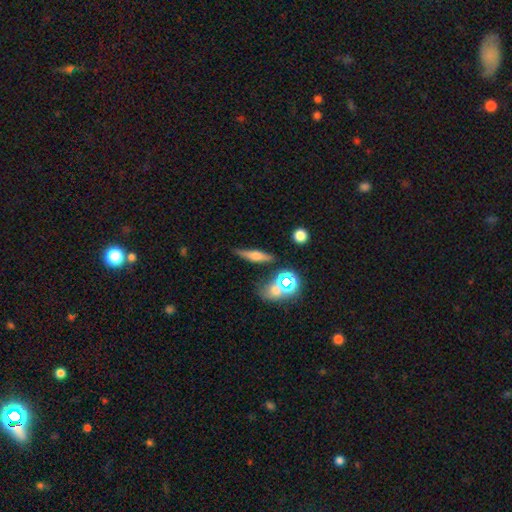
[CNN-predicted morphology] Q: Smooth or featured?
A: featured or disk (44%); runner-up: smooth (43%)
Q: Merging?
A: none (75%); runner-up: minor disturbance (14%)